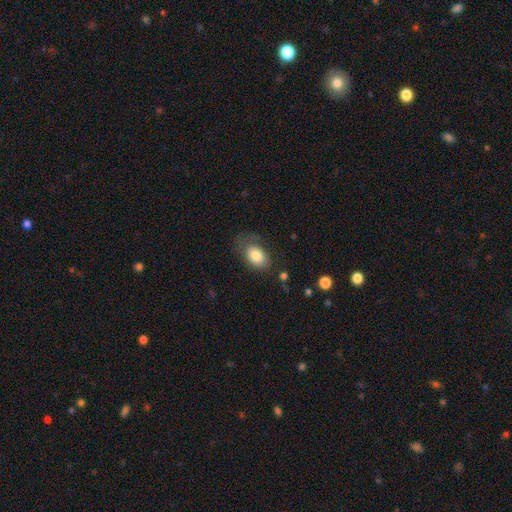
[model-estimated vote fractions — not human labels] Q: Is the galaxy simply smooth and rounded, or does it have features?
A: smooth — 80%.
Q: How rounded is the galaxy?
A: in between — 85%.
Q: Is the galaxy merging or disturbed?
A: none — 58%.